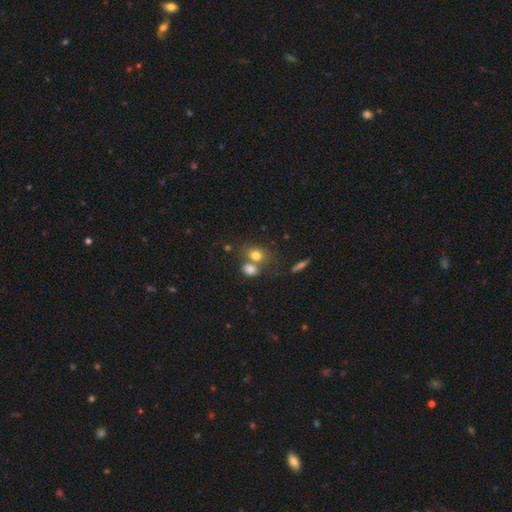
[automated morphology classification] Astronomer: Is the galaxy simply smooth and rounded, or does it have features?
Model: smooth — 77%.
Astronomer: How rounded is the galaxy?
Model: in between — 54% (runner-up: round, 44%).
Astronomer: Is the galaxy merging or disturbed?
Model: none — 43% (runner-up: merger, 42%).